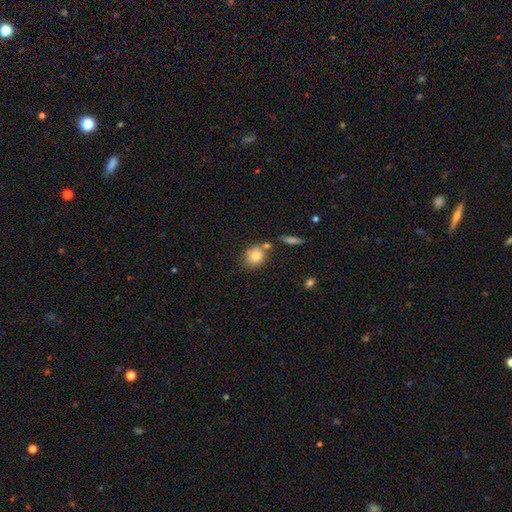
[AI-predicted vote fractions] Q: Smooth or featured?
A: smooth (78%); runner-up: featured or disk (13%)
Q: How rounded?
A: round (66%); runner-up: in between (33%)
Q: Merging?
A: none (58%); runner-up: merger (20%)